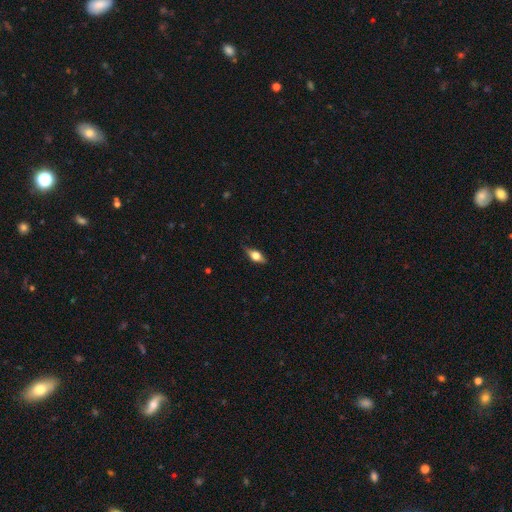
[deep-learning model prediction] smooth-or-featured: smooth: 47% | featured or disk: 44% | star or artifact: 8%
  merging: none: 77% | minor disturbance: 18% | major disturbance: 4% | merger: 1%